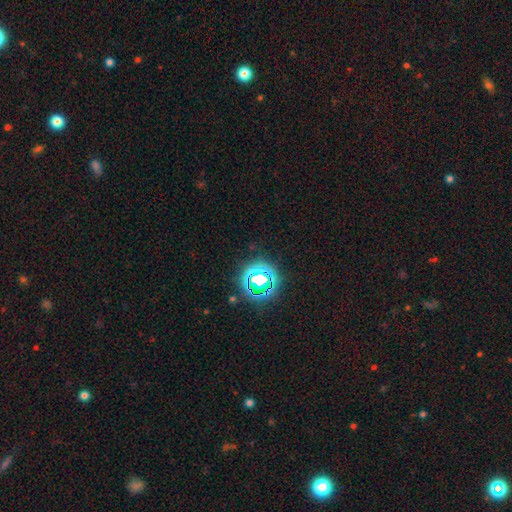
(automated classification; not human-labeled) Q: Smooth or featured?
A: star or artifact (78%); runner-up: smooth (16%)